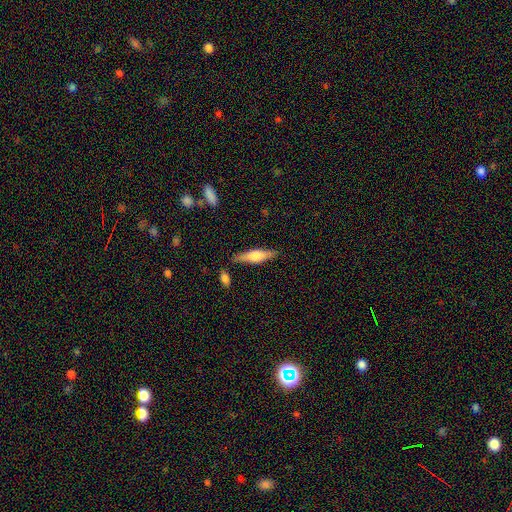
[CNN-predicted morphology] Overall: smooth (48%; featured or disk 46%). Merging: none (81%).